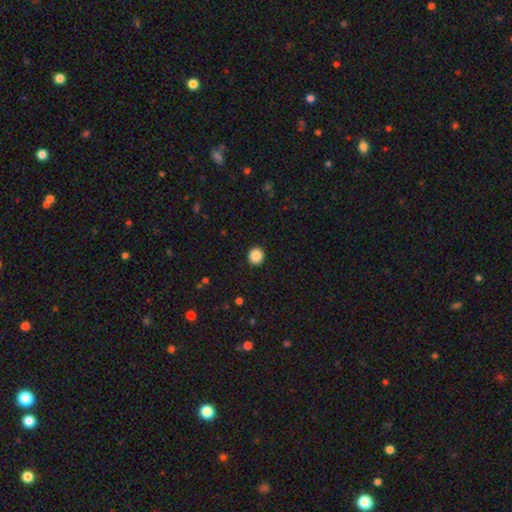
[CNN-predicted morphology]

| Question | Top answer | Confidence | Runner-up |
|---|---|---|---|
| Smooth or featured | smooth | 87% | star or artifact (9%) |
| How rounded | round | 93% | in between (6%) |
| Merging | none | 93% | minor disturbance (5%) |